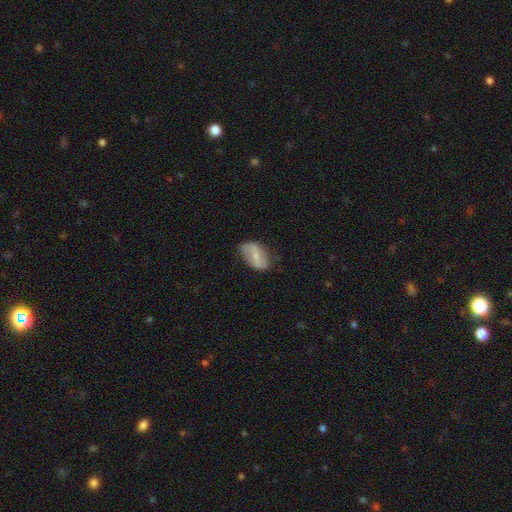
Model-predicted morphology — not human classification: A featured or disk galaxy (54%) with a weak bar (40%), spiral arms (68%) and a small central bulge (57%). Merging: none (68%).